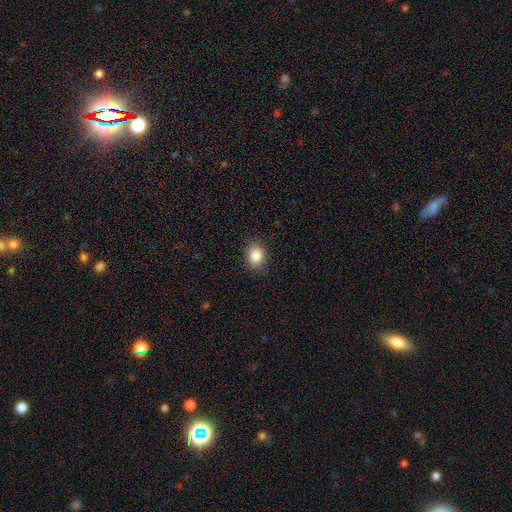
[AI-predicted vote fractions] Q: Smooth or featured?
A: smooth (87%); runner-up: star or artifact (9%)
Q: How rounded?
A: in between (58%); runner-up: round (41%)
Q: Merging?
A: none (86%); runner-up: minor disturbance (10%)